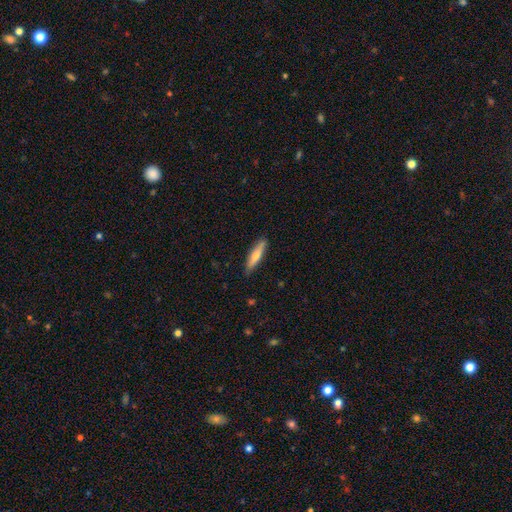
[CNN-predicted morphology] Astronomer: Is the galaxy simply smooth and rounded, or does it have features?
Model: smooth — 55% (runner-up: featured or disk, 39%).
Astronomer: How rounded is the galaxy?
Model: cigar-shaped — 81%.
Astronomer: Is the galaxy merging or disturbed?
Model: none — 87%.